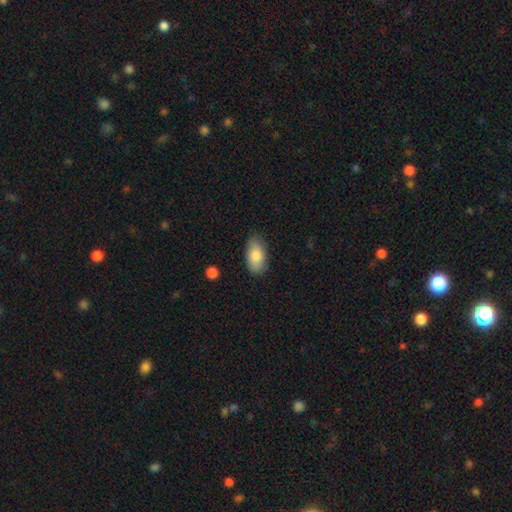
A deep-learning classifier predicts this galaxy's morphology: Smooth or featured? smooth (82%)
How rounded? in between (93%)
Merging? none (82%)